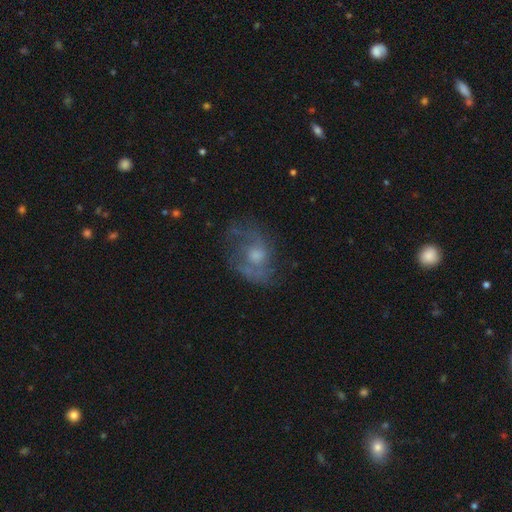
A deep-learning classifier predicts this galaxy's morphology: This appears to be a featured or disk galaxy (64%) with no bar (71%), spiral arms (72%) and a moderate central bulge (56%). Merging: none (62%).